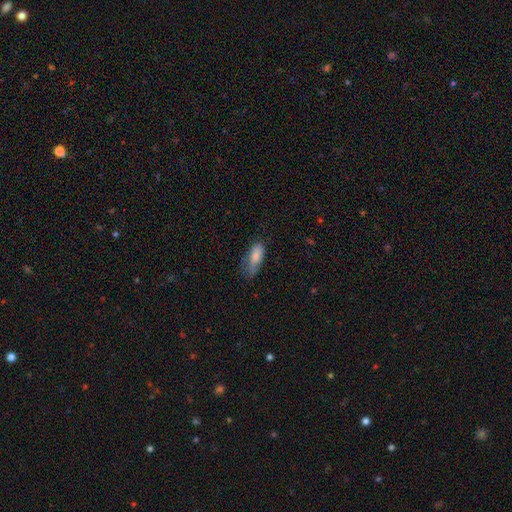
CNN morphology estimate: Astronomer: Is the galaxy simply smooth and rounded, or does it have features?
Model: smooth — 81%.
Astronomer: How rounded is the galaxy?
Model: in between — 77%.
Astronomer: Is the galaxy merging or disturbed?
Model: none — 41% (runner-up: minor disturbance, 37%).